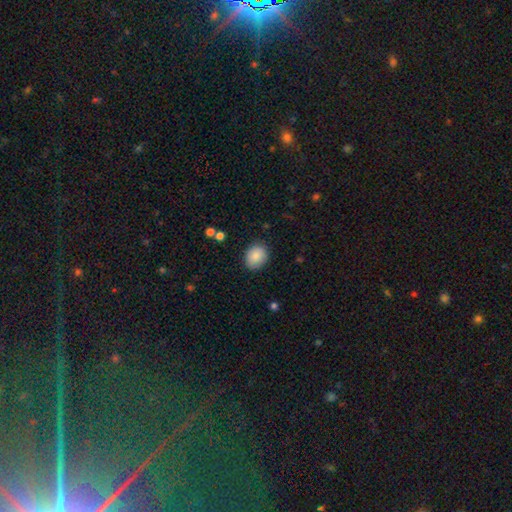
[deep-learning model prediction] Smooth or featured?
  - smooth: 88% *
  - star or artifact: 7%
  - featured or disk: 5%
How rounded?
  - round: 51% *
  - in between: 48%
  - cigar-shaped: 1%
Merging?
  - none: 86% *
  - minor disturbance: 11%
  - major disturbance: 3%
  - merger: 1%